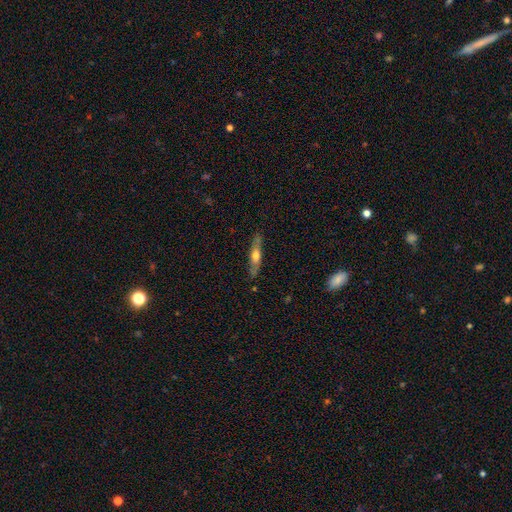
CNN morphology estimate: A featured or disk galaxy (50%) viewed edge-on (83%). Merging: none (84%).